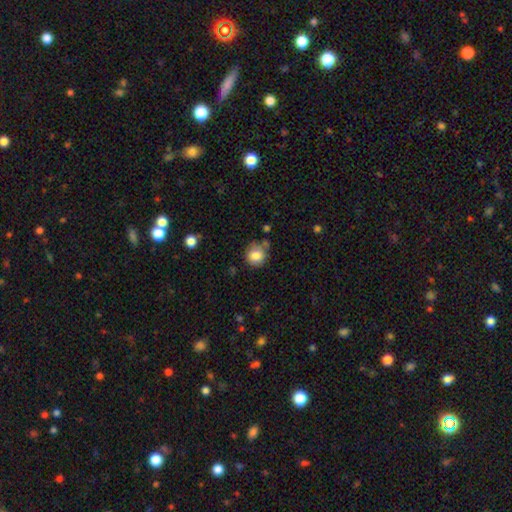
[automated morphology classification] A smooth galaxy with no disk features (82%) that is round (88%). Merging: none (69%).